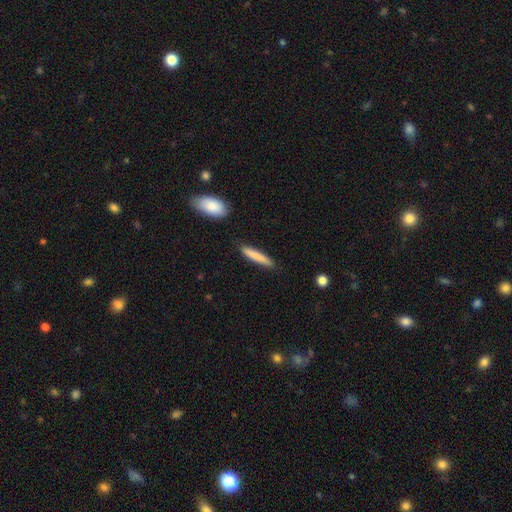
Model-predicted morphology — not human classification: Overall: smooth (81%). How rounded: cigar-shaped (92%). Merging: none (87%).